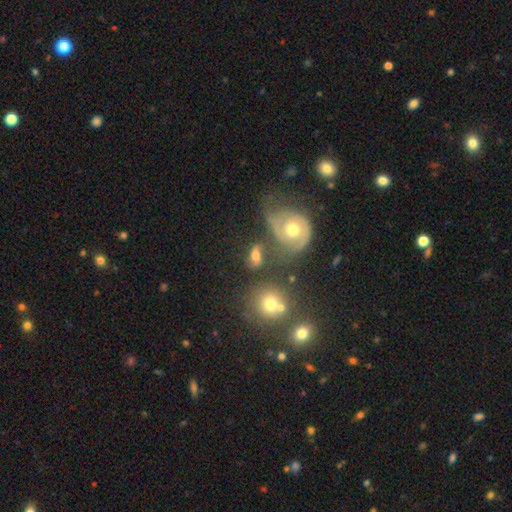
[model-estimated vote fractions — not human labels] A smooth galaxy with no disk features (55%) that is in between round and cigar-shaped (72%).

Vote fractions:
- Smooth or featured? smooth: 55% / featured or disk: 32% / star or artifact: 13%
- How rounded? in between: 72% / round: 23% / cigar-shaped: 5%
- Merging? none: 41% / merger: 25% / minor disturbance: 20% / major disturbance: 15%